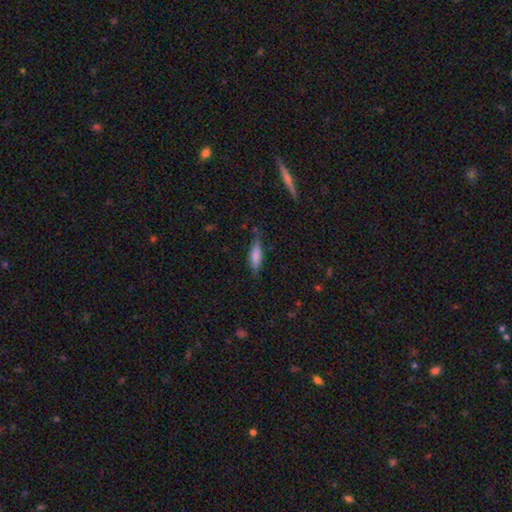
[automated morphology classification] Smooth or featured: smooth — 70% (featured or disk — 22%)
How rounded: cigar-shaped — 61% (in between — 37%)
Merging: none — 71% (minor disturbance — 21%)